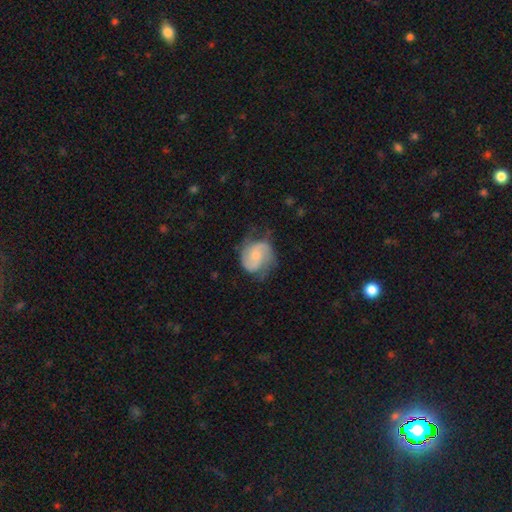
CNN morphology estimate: The model was most divided on "bulge size": small: 51%, moderate: 32%, none: 12%, large: 4%, dominant: 1%. Remaining: edge-on disk — no (98%); spiral arms — yes (93%); spiral arm count — 2 (81%); smooth or featured — featured or disk (69%); bar — no (61%); merging — none (59%); spiral winding — medium (48%).